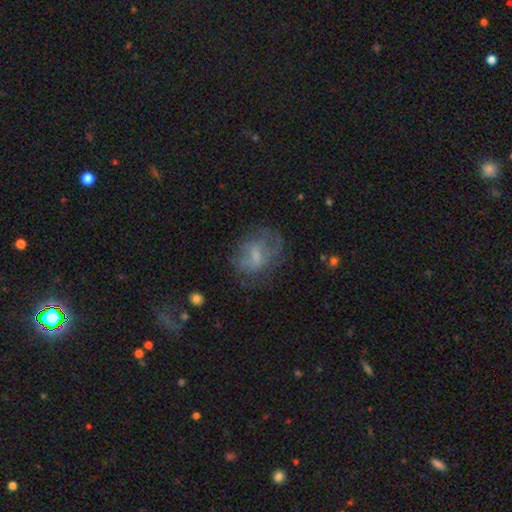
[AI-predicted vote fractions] Smooth or featured?
  - featured or disk: 46% *
  - smooth: 42%
  - star or artifact: 12%
Merging?
  - none: 51% *
  - major disturbance: 24%
  - minor disturbance: 23%
  - merger: 3%